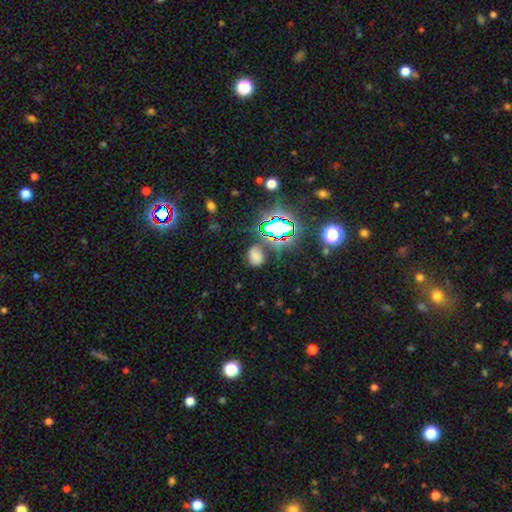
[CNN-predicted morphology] Smooth or featured?
  - smooth: 55% *
  - star or artifact: 34%
  - featured or disk: 11%
How rounded?
  - in between: 55% *
  - round: 44%
  - cigar-shaped: 2%
Merging?
  - none: 67% *
  - minor disturbance: 18%
  - major disturbance: 9%
  - merger: 6%